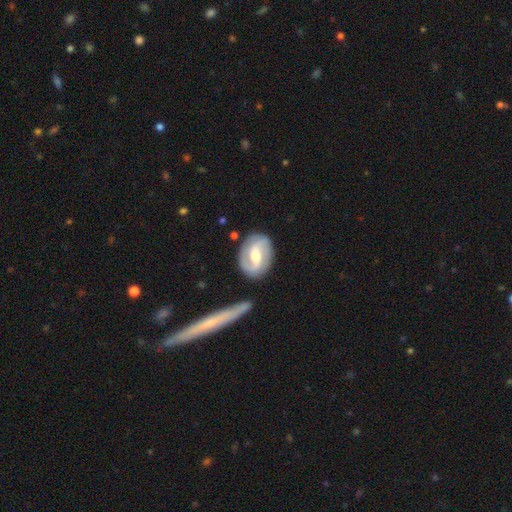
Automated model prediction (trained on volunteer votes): Overall: featured or disk (81%). Edge-on disk: no (97%). Bar: weak (44%; strong 34%). Spiral arms: yes (94%). Spiral arm count: 2 (86%). Spiral winding: medium (47%; tight 28%). Bulge size: moderate (64%; small 26%). Merging: none (80%).